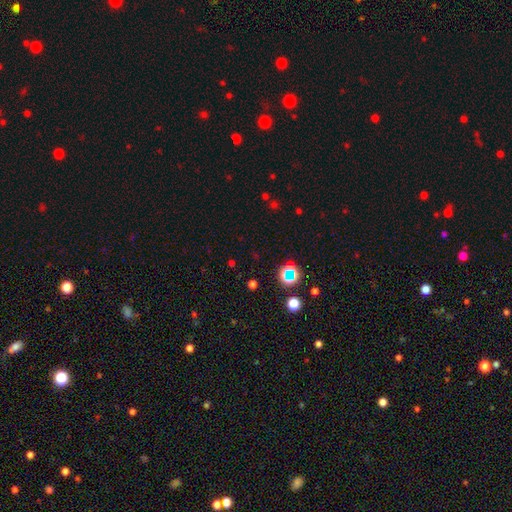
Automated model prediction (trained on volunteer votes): Q: Smooth or featured?
A: star or artifact (64%); runner-up: smooth (28%)